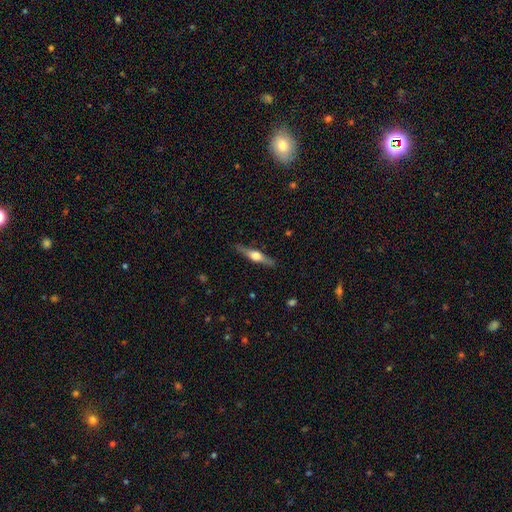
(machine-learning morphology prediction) Smooth or featured? Predicted: featured or disk (p=0.67). Edge-on disk? Predicted: yes (p=0.97). Edge-on bulge? Predicted: rounded (p=0.92). Merging? Predicted: none (p=0.87).